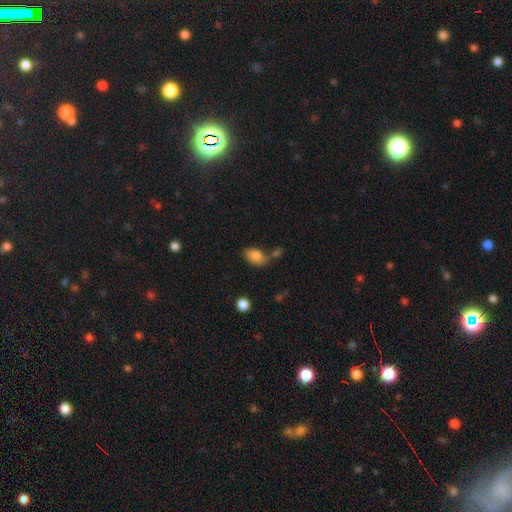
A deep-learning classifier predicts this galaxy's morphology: smooth_or_featured: smooth (p=0.83) [alt: star or artifact p=0.09]
how_rounded: in between (p=0.89) [alt: round p=0.10]
merging: none (p=0.54) [alt: merger p=0.20]